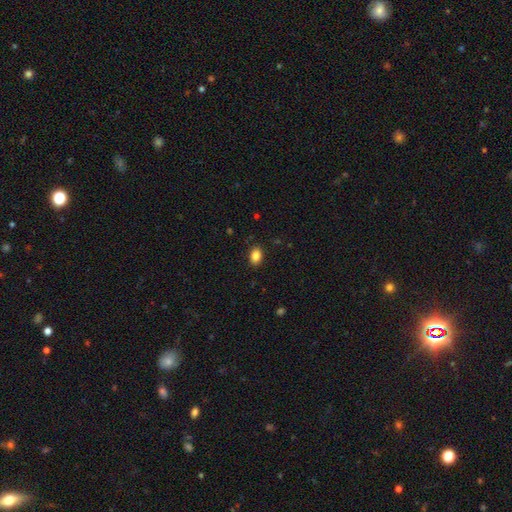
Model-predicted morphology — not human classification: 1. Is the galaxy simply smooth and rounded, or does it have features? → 87% smooth, 9% star or artifact, 4% featured or disk.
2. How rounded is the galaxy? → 83% in between, 15% round, 1% cigar-shaped.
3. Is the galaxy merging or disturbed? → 88% none, 9% minor disturbance, 2% major disturbance, 1% merger.